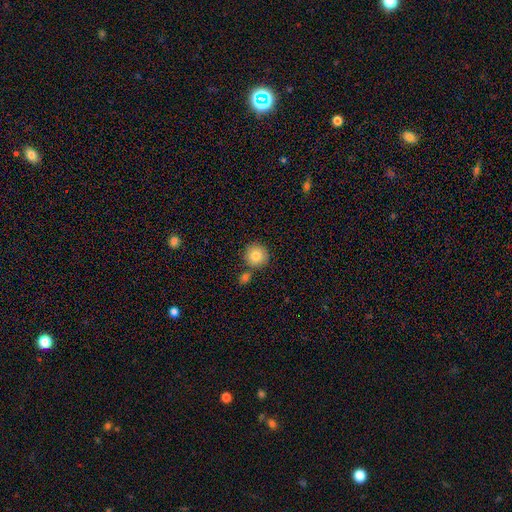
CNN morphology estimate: smooth 83%, star or artifact 9%, featured or disk 8%. Down the decision tree: how rounded — round (94%); merging — none (73%).